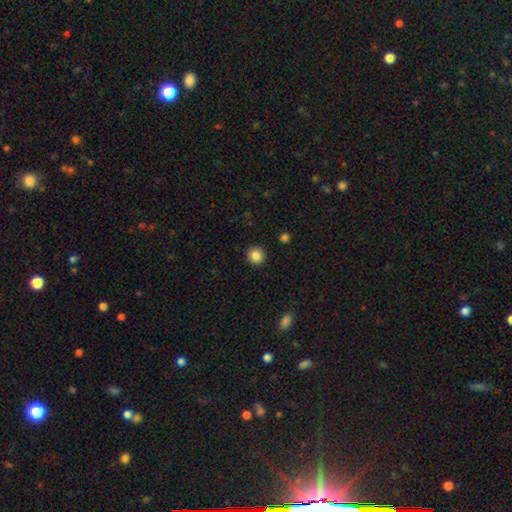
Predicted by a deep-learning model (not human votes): Overall: smooth (86%). How rounded: round (94%). Merging: none (92%).